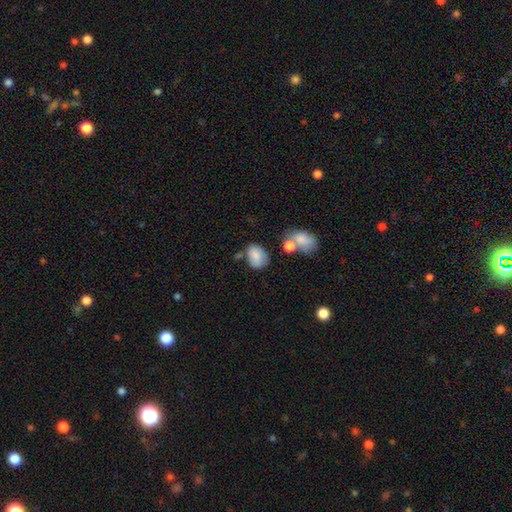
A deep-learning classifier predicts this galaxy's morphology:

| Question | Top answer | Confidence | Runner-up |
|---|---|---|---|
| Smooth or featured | smooth | 80% | featured or disk (11%) |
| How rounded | in between | 74% | round (25%) |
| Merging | none | 51% | minor disturbance (24%) |